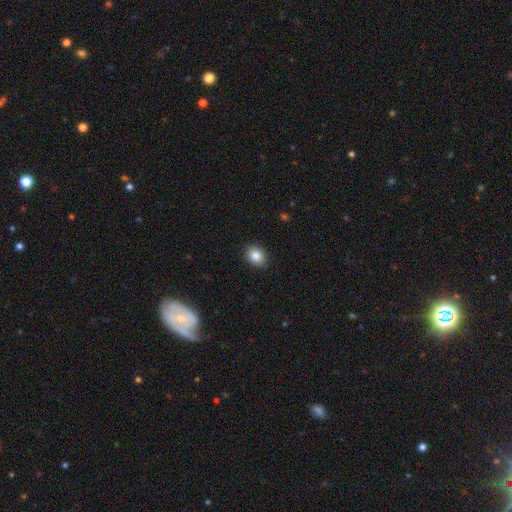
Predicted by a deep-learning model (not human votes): A smooth galaxy with no disk features (86%) that is in between round and cigar-shaped (51%).

Vote fractions:
- Smooth or featured? smooth: 86% / star or artifact: 9% / featured or disk: 6%
- How rounded? in between: 51% / round: 48% / cigar-shaped: 1%
- Merging? none: 89% / minor disturbance: 8% / major disturbance: 2% / merger: 1%